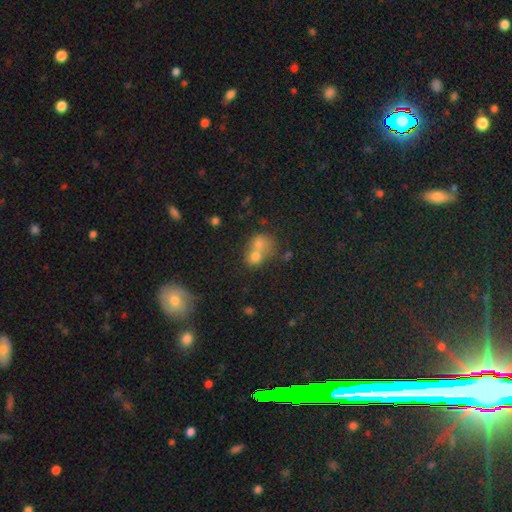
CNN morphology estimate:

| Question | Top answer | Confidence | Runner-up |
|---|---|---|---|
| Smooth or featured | smooth | 52% | star or artifact (30%) |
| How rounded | round | 67% | in between (31%) |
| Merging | merger | 52% | none (36%) |